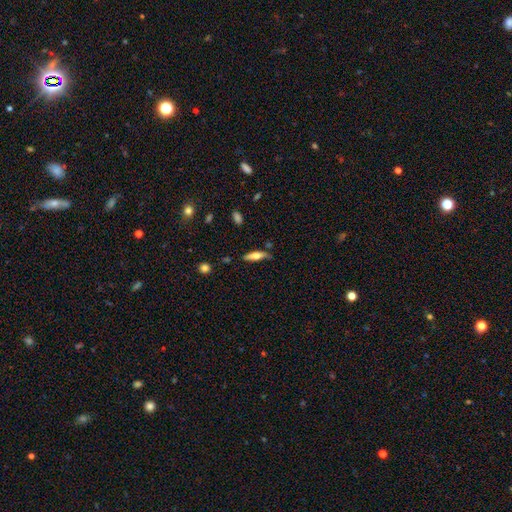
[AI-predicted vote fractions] Overall: smooth (58%; featured or disk 35%). How rounded: cigar-shaped (59%; in between 39%). Merging: none (70%).